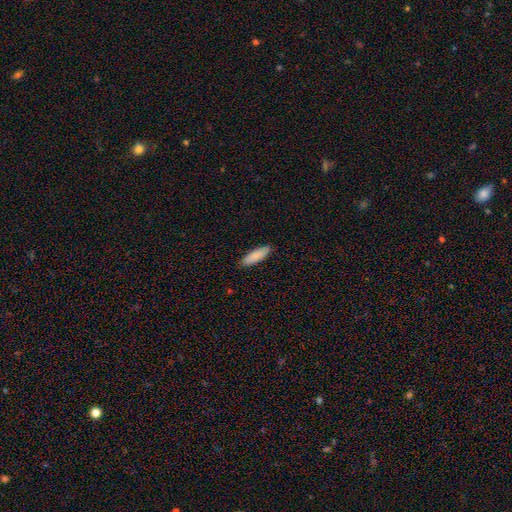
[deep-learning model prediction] smooth_or_featured: smooth (p=0.88) [alt: featured or disk p=0.06]
how_rounded: cigar-shaped (p=0.52) [alt: in between p=0.47]
merging: none (p=0.89) [alt: minor disturbance p=0.09]